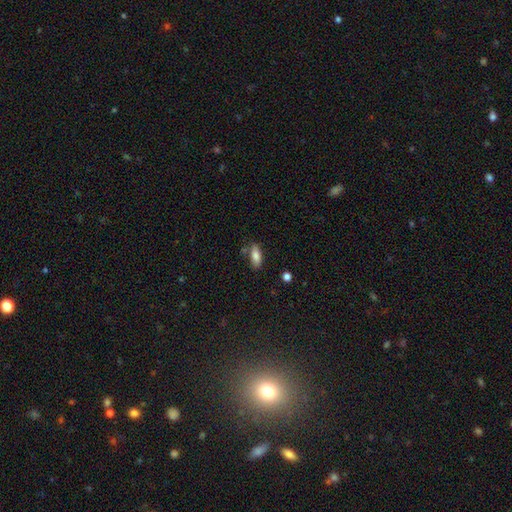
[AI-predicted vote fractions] This is clearly a smooth galaxy (81%). How rounded: likely in between (76%). Merging: likely none (71%).